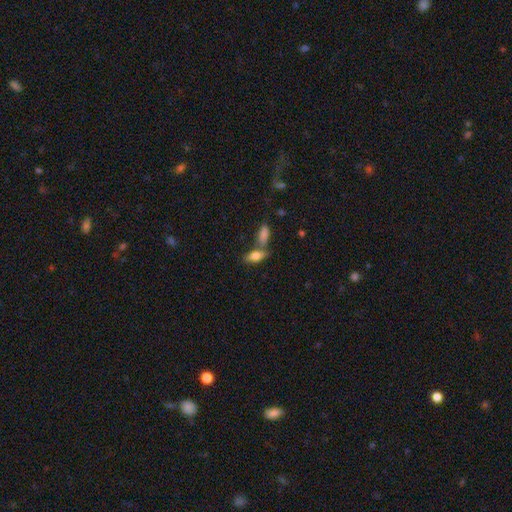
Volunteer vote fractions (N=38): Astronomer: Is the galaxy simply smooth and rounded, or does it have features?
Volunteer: smooth — 74%.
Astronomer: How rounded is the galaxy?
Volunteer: in between — 93%.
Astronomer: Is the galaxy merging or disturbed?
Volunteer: none — 44% (runner-up: merger, 36%).